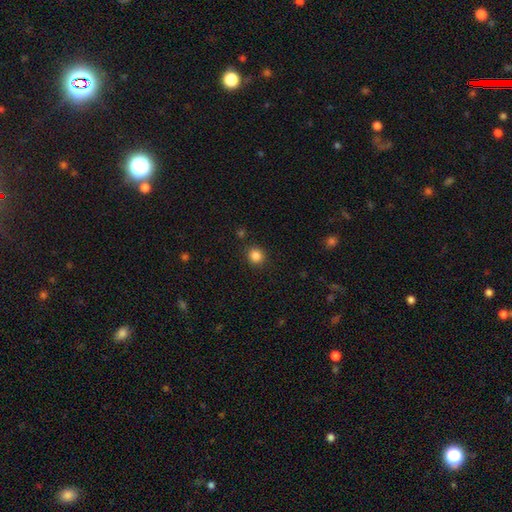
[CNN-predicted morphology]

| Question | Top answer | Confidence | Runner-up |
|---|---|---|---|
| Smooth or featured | smooth | 85% | star or artifact (12%) |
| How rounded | round | 89% | in between (10%) |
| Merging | none | 89% | minor disturbance (7%) |